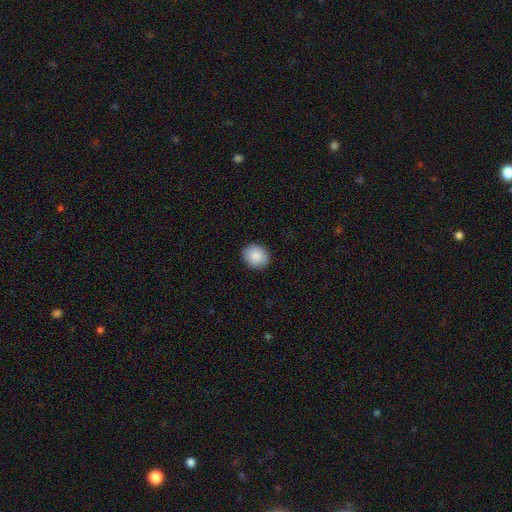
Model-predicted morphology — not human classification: Q: Smooth or featured?
A: smooth (89%); runner-up: star or artifact (7%)
Q: How rounded?
A: round (61%); runner-up: in between (38%)
Q: Merging?
A: none (89%); runner-up: minor disturbance (8%)